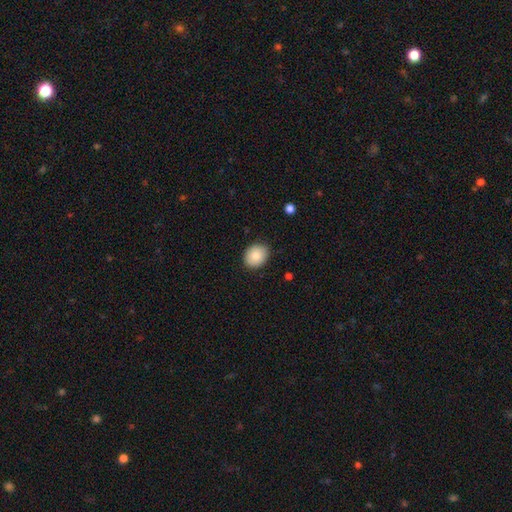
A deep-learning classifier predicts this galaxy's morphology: The model was most divided on "how rounded": round: 53%, in between: 46%, cigar-shaped: 1%. More confident: merging — none (87%); smooth or featured — smooth (83%).